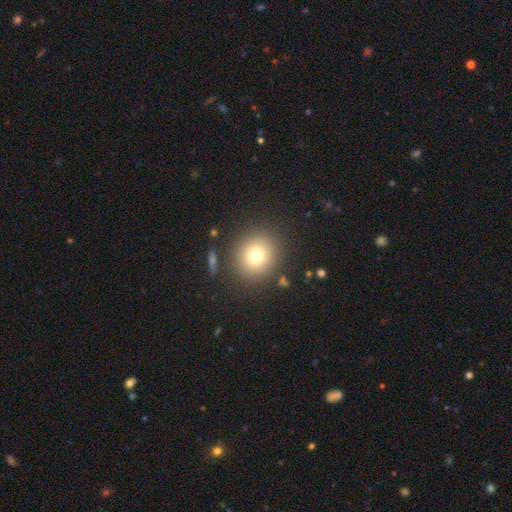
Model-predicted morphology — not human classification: A smooth galaxy with no disk features (74%) that is round (87%).

Vote fractions:
- Smooth or featured? smooth: 74% / star or artifact: 14% / featured or disk: 12%
- How rounded? round: 87% / in between: 12% / cigar-shaped: 1%
- Merging? none: 86% / minor disturbance: 7% / major disturbance: 4% / merger: 3%